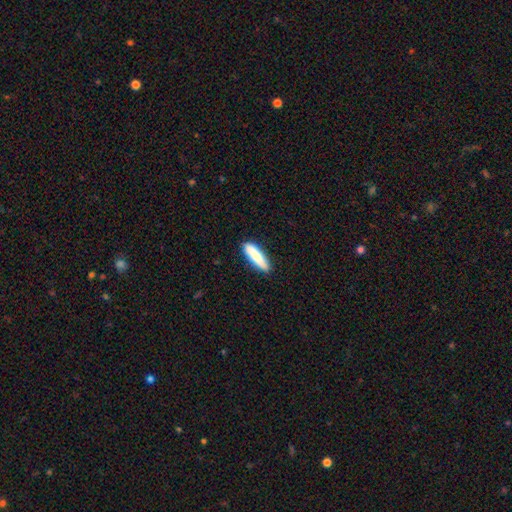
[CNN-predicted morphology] type=smooth (80%); roundness=cigar-shaped (63%); merging=none (87%).